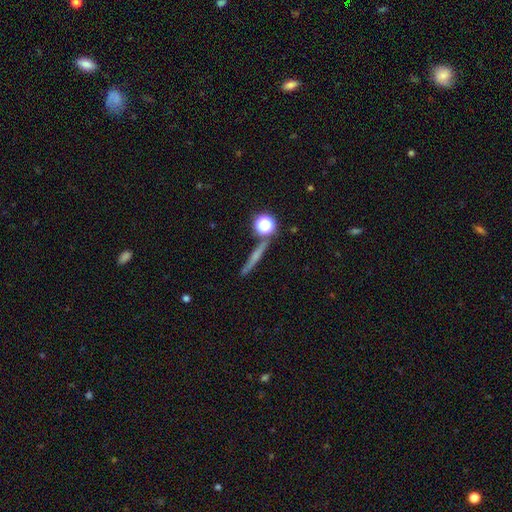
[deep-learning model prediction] A featured or disk galaxy (43%).

Vote fractions:
- Smooth or featured? featured or disk: 43% / smooth: 41% / star or artifact: 16%
- Merging? none: 82% / minor disturbance: 9% / merger: 6% / major disturbance: 3%